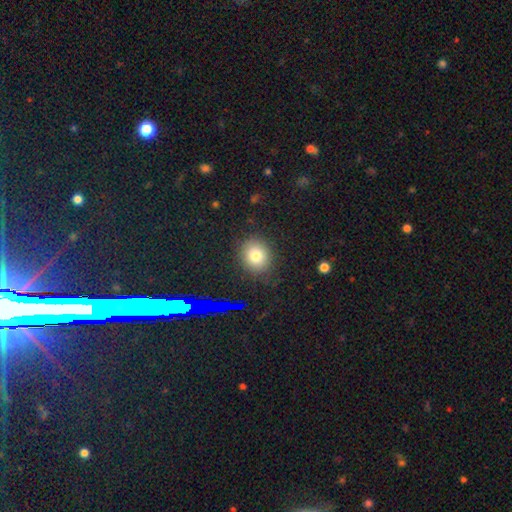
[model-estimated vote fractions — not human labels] smooth-or-featured: smooth: 76% | star or artifact: 15% | featured or disk: 9%
  how-rounded: round: 71% | in between: 28% | cigar-shaped: 1%
  merging: none: 86% | minor disturbance: 9% | major disturbance: 3% | merger: 2%